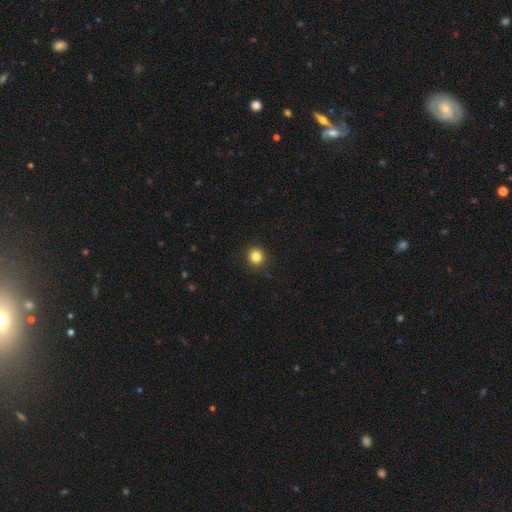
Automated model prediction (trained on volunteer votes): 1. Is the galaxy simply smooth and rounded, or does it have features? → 84% smooth, 11% star or artifact, 5% featured or disk.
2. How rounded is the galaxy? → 89% round, 10% in between, 1% cigar-shaped.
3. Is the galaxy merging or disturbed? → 91% none, 6% minor disturbance, 2% major disturbance, 1% merger.